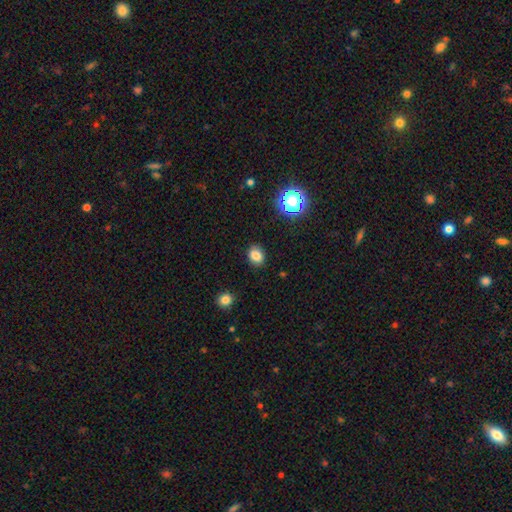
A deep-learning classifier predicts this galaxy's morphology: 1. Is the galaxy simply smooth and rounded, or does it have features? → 81% smooth, 13% star or artifact, 6% featured or disk.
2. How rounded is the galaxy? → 57% in between, 42% round, 1% cigar-shaped.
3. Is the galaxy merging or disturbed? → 88% none, 9% minor disturbance, 2% major disturbance, 1% merger.